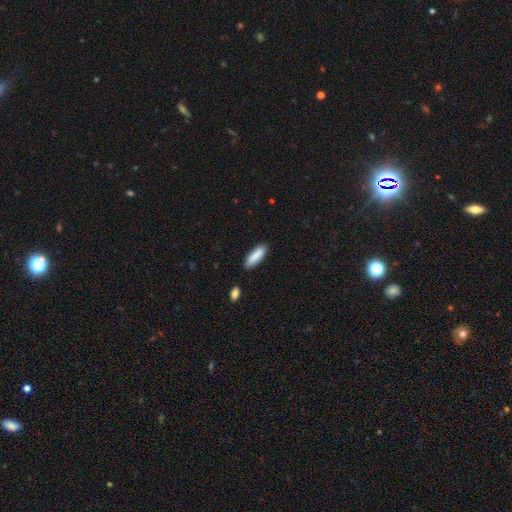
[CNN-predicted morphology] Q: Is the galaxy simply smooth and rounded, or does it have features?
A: smooth — 88%.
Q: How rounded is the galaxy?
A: cigar-shaped — 50%.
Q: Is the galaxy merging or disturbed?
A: none — 86%.